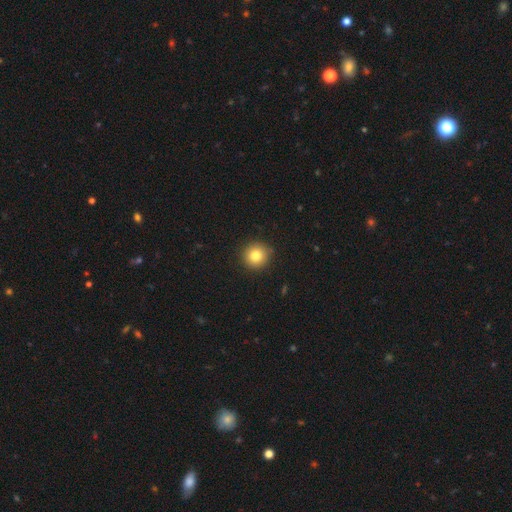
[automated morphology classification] The model was most divided on "smooth or featured": smooth: 82%, star or artifact: 11%, featured or disk: 7%. More confident: how rounded — round (94%); merging — none (90%).